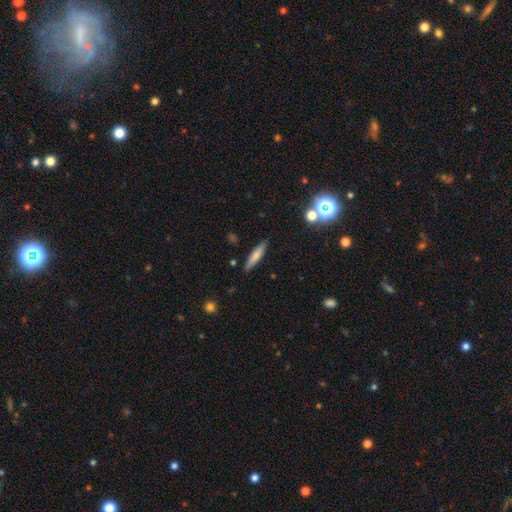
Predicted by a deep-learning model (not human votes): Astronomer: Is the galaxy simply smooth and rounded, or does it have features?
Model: smooth — 70%.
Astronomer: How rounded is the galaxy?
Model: cigar-shaped — 85%.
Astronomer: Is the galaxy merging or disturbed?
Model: none — 88%.